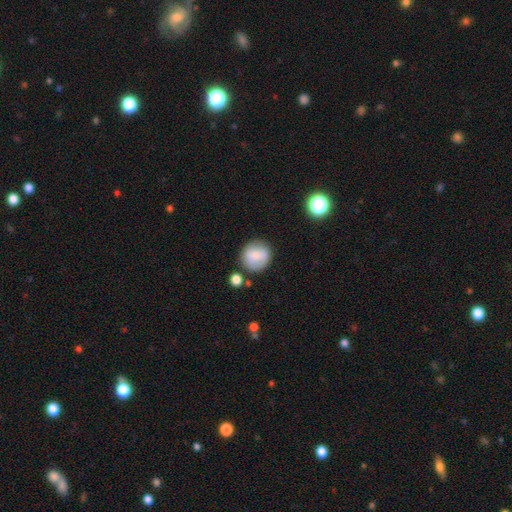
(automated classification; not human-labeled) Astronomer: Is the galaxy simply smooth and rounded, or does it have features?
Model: smooth — 75%.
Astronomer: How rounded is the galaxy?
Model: round — 88%.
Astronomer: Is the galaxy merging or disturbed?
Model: none — 74%.